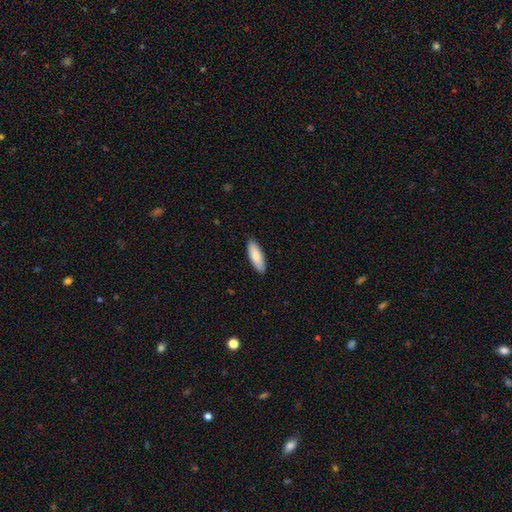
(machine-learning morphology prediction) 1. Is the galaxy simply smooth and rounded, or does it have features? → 85% smooth, 10% featured or disk, 5% star or artifact.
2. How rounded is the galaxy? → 64% in between, 34% cigar-shaped, 1% round.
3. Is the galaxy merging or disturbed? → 88% none, 9% minor disturbance, 2% major disturbance, 1% merger.